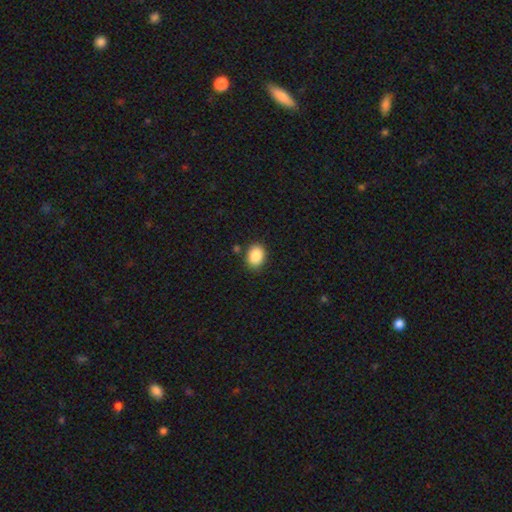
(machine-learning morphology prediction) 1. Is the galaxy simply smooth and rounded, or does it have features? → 88% smooth, 8% star or artifact, 4% featured or disk.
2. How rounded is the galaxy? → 64% in between, 35% round, 1% cigar-shaped.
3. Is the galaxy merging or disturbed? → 86% none, 9% minor disturbance, 3% merger, 2% major disturbance.